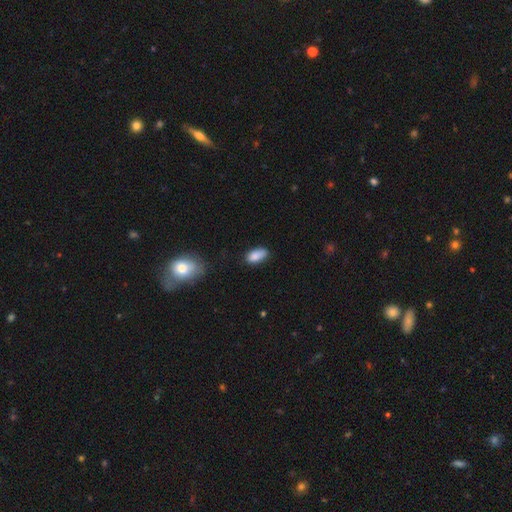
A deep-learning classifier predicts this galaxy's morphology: type=smooth (87%); roundness=in between (90%); merging=none (74%).